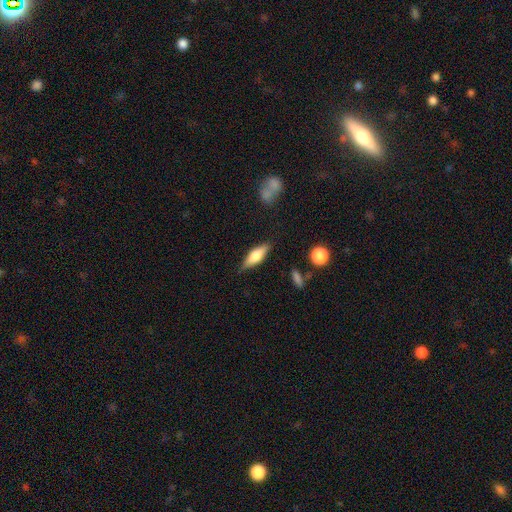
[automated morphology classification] This is possibly a smooth galaxy (58%). How rounded: possibly in between (53%). Merging: clearly none (81%).